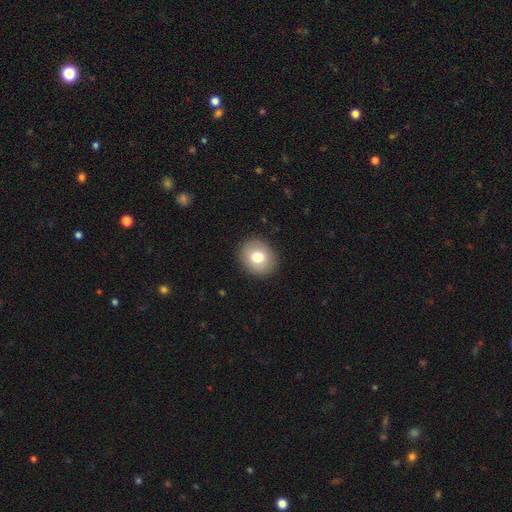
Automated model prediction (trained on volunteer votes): Smooth or featured: smooth — 76% (featured or disk — 15%)
How rounded: round — 71% (in between — 28%)
Merging: none — 90% (minor disturbance — 7%)